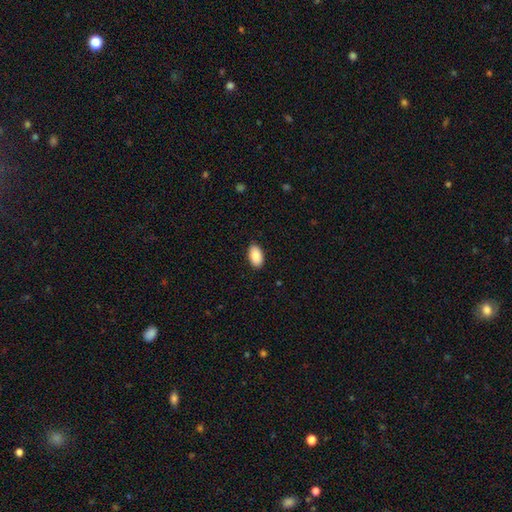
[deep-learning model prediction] The model was most divided on "merging": none: 89%, minor disturbance: 9%, major disturbance: 2%, merger: 1%. More confident: how rounded — in between (95%); smooth or featured — smooth (89%).